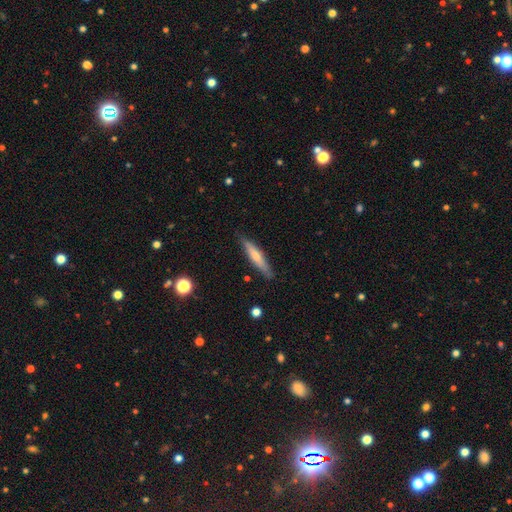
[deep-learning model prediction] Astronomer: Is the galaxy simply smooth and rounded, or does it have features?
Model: smooth — 58% (runner-up: featured or disk, 36%).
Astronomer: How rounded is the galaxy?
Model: cigar-shaped — 88%.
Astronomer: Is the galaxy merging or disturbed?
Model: none — 85%.